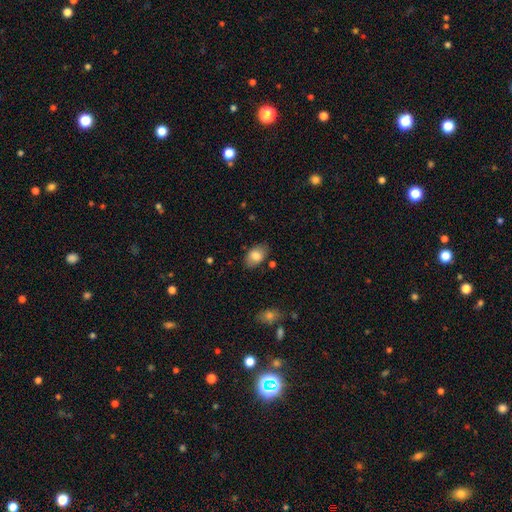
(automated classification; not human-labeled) Smooth or featured? smooth (81%)
How rounded? in between (89%)
Merging? none (81%)